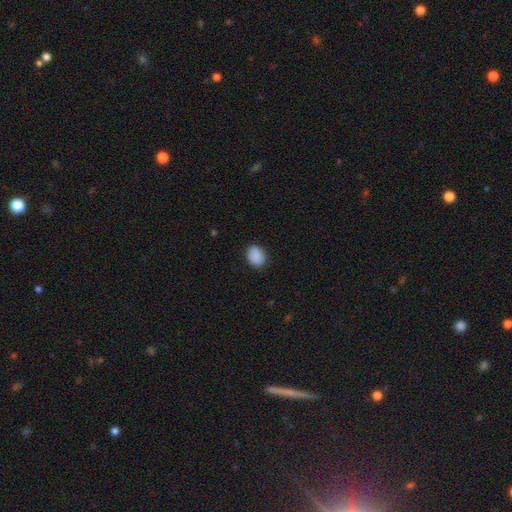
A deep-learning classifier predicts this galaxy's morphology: Smooth or featured? Predicted: smooth (p=0.89). How rounded? Predicted: in between (p=0.59). Merging? Predicted: none (p=0.86).